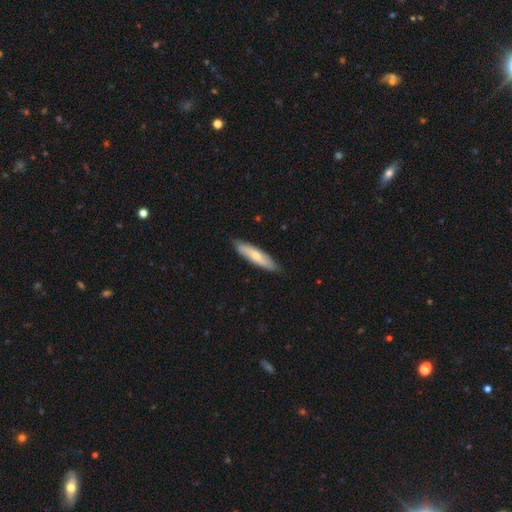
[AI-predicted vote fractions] Smooth or featured: smooth — 66% (featured or disk — 29%)
How rounded: cigar-shaped — 71% (in between — 27%)
Merging: none — 84% (minor disturbance — 13%)